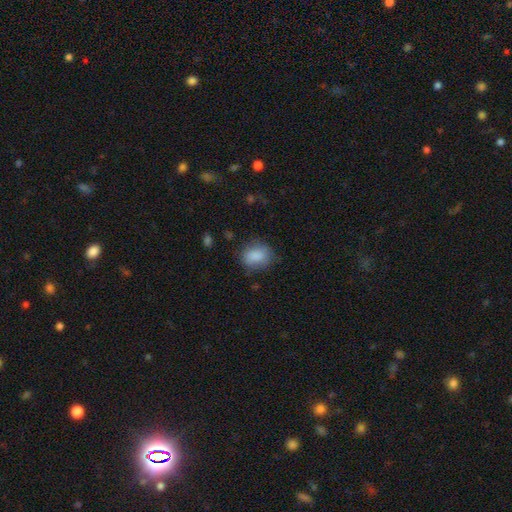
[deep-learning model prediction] smooth_or_featured: smooth (p=0.85) [alt: star or artifact p=0.08]
how_rounded: round (p=0.54) [alt: in between p=0.45]
merging: none (p=0.72) [alt: minor disturbance p=0.20]